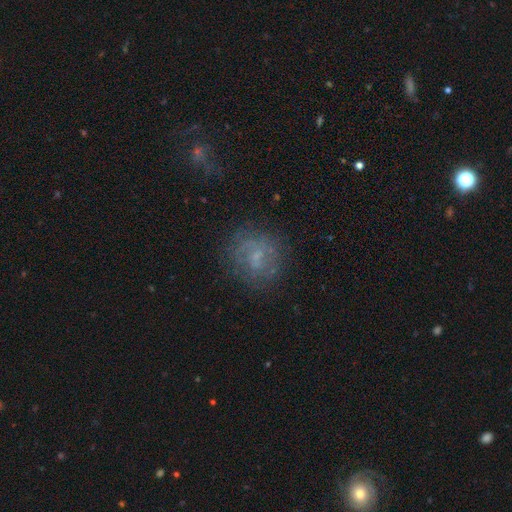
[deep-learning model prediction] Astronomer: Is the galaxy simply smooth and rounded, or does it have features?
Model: featured or disk — 51% (runner-up: smooth, 34%).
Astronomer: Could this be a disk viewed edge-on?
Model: no — 97%.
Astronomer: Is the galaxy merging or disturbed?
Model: none — 72%.